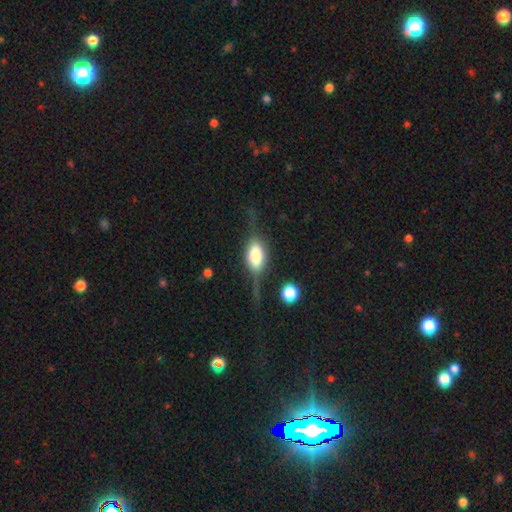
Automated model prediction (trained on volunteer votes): A featured or disk galaxy (57%) viewed edge-on (90%) with a rounded central bulge (78%). Merging: none (60%).